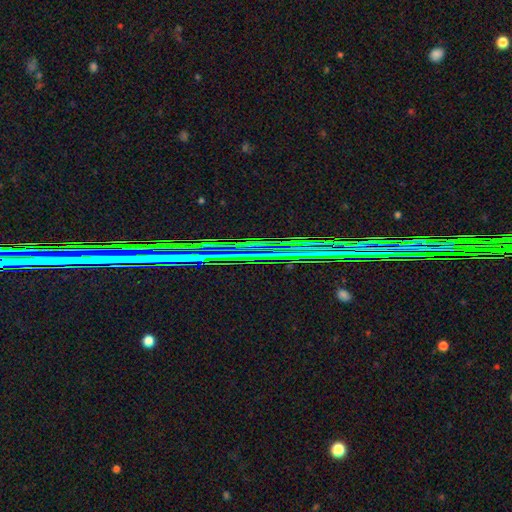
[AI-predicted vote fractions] This appears to be a star or artifact, not a galaxy (80%).